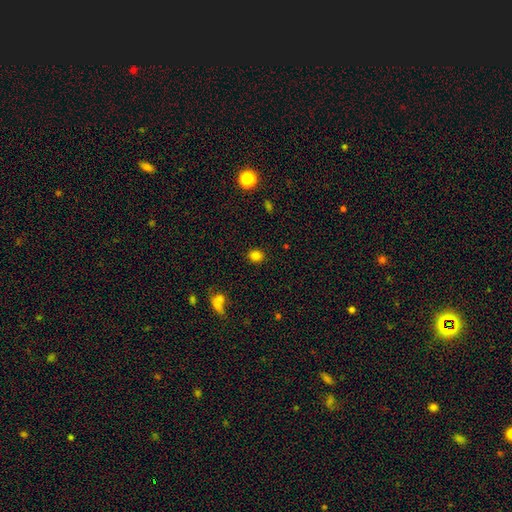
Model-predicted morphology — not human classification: smooth 82%, star or artifact 13%, featured or disk 5%. Down the decision tree: how rounded — round (71%); merging — none (88%).